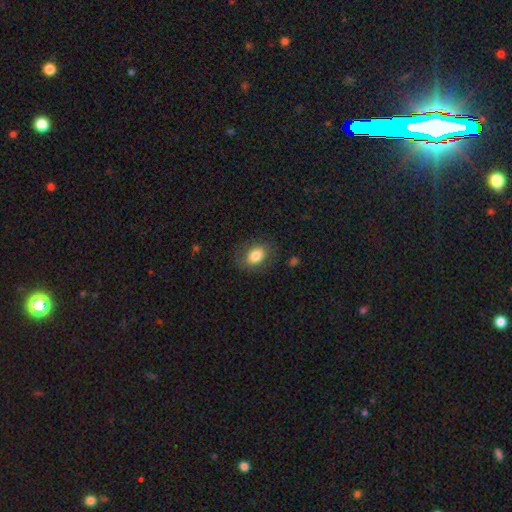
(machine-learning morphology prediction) Smooth or featured: smooth — 80% (featured or disk — 12%)
How rounded: in between — 76% (round — 23%)
Merging: none — 78% (minor disturbance — 14%)